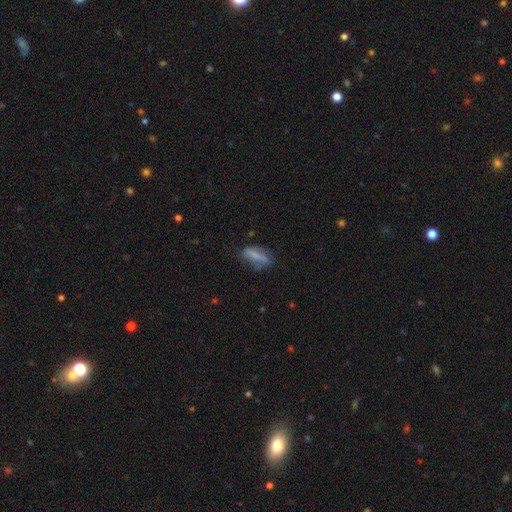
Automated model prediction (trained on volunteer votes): The model was most divided on "merging": none: 51%, minor disturbance: 30%, major disturbance: 15%, merger: 4%. More confident: smooth or featured — smooth (64%); how rounded — in between (62%).